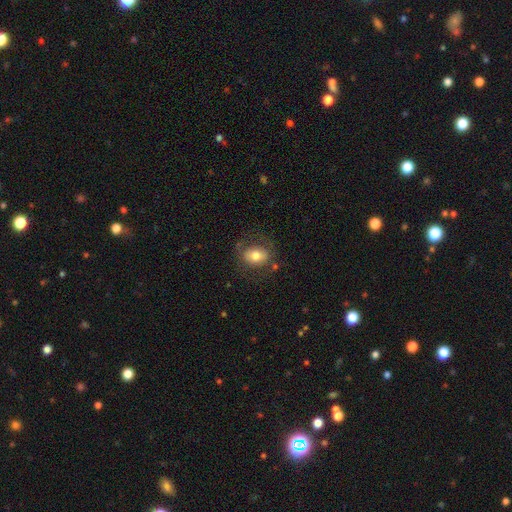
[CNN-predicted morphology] smooth-or-featured: smooth: 67% | featured or disk: 25% | star or artifact: 8%
  how-rounded: in between: 57% | round: 42% | cigar-shaped: 1%
  merging: none: 68% | minor disturbance: 17% | major disturbance: 12% | merger: 3%